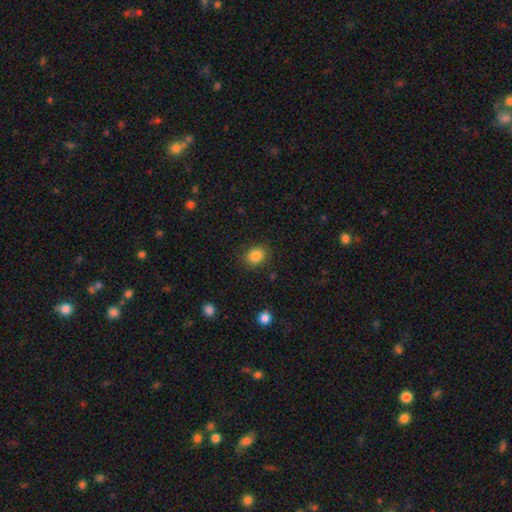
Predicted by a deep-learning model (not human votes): smooth-or-featured: smooth: 85% | star or artifact: 10% | featured or disk: 5%
  how-rounded: round: 55% | in between: 44% | cigar-shaped: 1%
  merging: none: 84% | minor disturbance: 11% | major disturbance: 3% | merger: 1%